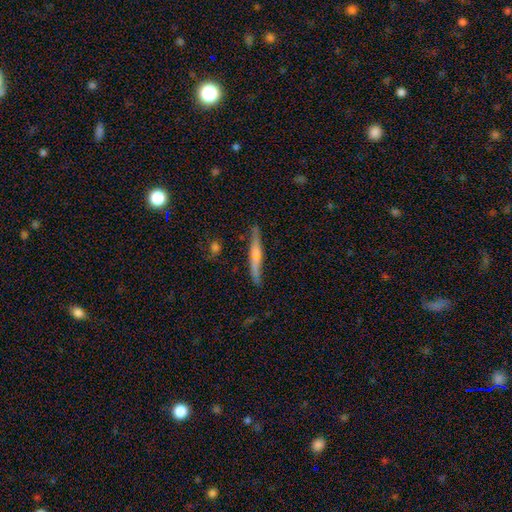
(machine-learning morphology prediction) smooth-or-featured: featured or disk: 51% | smooth: 42% | star or artifact: 6%
  disk-edge-on: yes: 94% | no: 6%
  merging: none: 82% | minor disturbance: 14% | major disturbance: 3% | merger: 2%